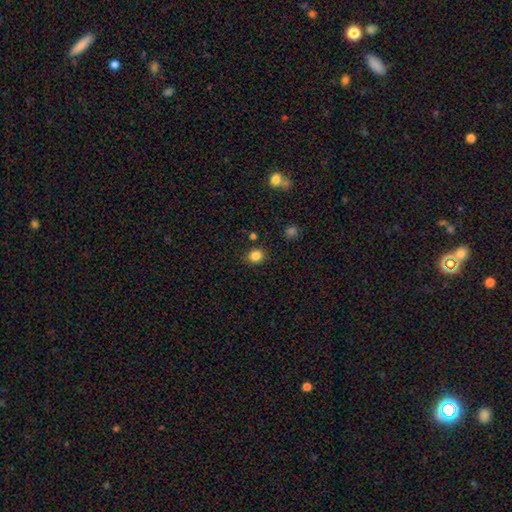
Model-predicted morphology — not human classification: Q: Smooth or featured?
A: smooth (83%); runner-up: star or artifact (12%)
Q: How rounded?
A: round (76%); runner-up: in between (24%)
Q: Merging?
A: none (87%); runner-up: minor disturbance (8%)